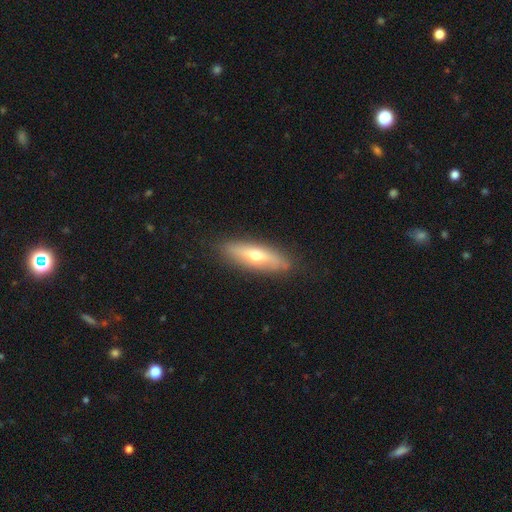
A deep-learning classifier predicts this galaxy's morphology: type=smooth (49%); merging=none (86%).